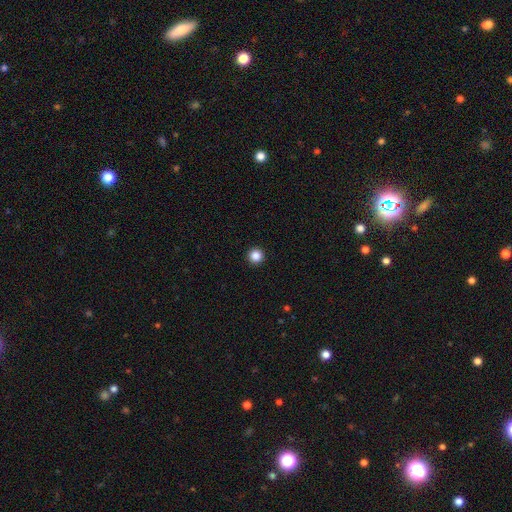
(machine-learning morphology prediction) Overall: smooth (86%). How rounded: round (97%). Merging: none (94%).